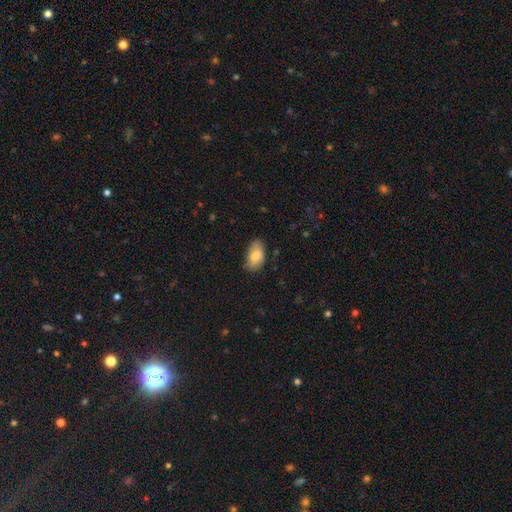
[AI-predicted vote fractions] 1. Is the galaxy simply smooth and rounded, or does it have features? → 83% smooth, 10% featured or disk, 7% star or artifact.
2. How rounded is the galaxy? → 93% in between, 5% round, 2% cigar-shaped.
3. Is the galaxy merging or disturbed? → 72% none, 23% minor disturbance, 4% major disturbance, 1% merger.